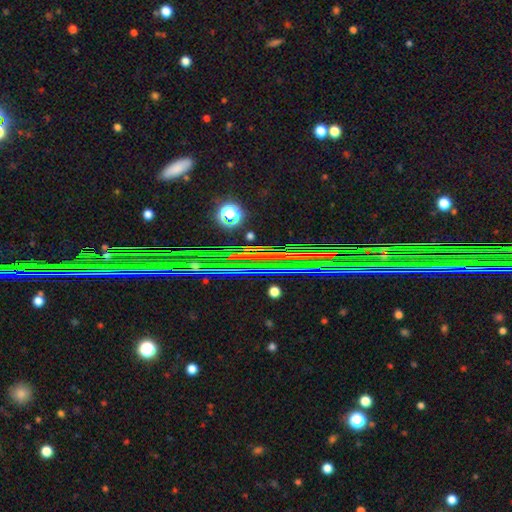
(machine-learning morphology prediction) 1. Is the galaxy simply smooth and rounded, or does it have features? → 82% star or artifact, 11% featured or disk, 8% smooth.